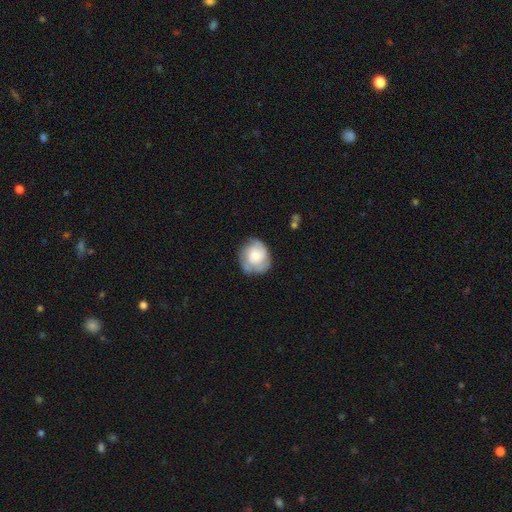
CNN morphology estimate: Overall: smooth (53%; featured or disk 40%). How rounded: round (72%). Merging: none (63%; minor disturbance 26%).